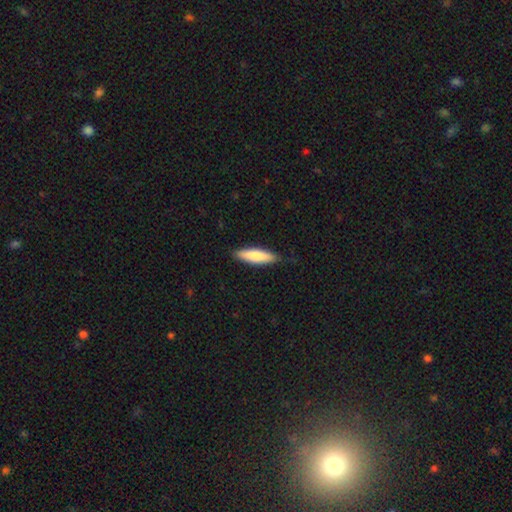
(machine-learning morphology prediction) smooth 79%, featured or disk 16%, star or artifact 5%. Down the decision tree: how rounded — cigar-shaped (70%); merging — none (84%).